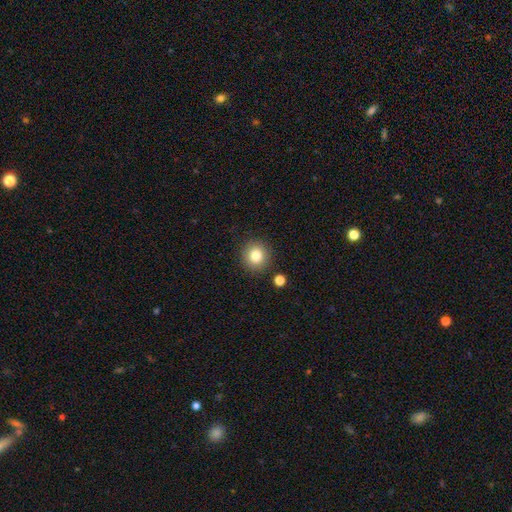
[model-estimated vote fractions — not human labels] smooth_or_featured: smooth (p=0.81) [alt: star or artifact p=0.11]
how_rounded: round (p=0.91) [alt: in between p=0.08]
merging: none (p=0.87) [alt: minor disturbance p=0.07]